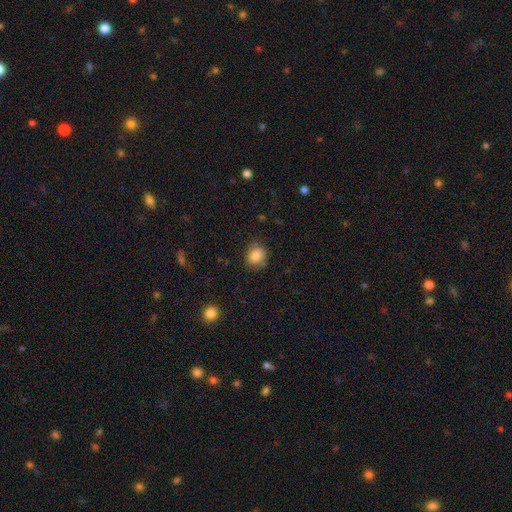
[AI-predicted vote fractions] smooth-or-featured: smooth: 81% | featured or disk: 9% | star or artifact: 9%
  how-rounded: round: 62% | in between: 37% | cigar-shaped: 1%
  merging: none: 73% | minor disturbance: 20% | major disturbance: 5% | merger: 1%